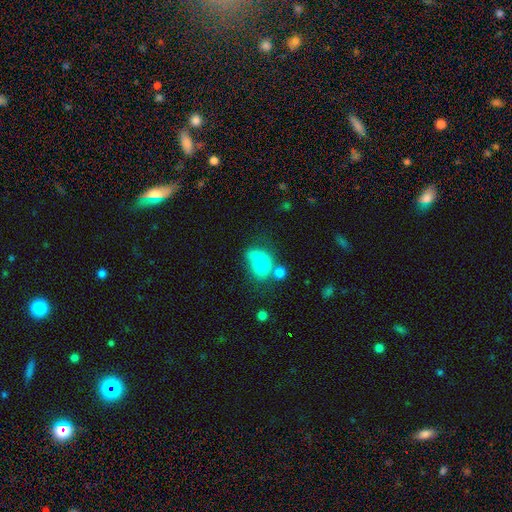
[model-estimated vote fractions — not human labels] This is likely a smooth galaxy (68%). How rounded: possibly in between (50%). Merging: marginally merger (38%).